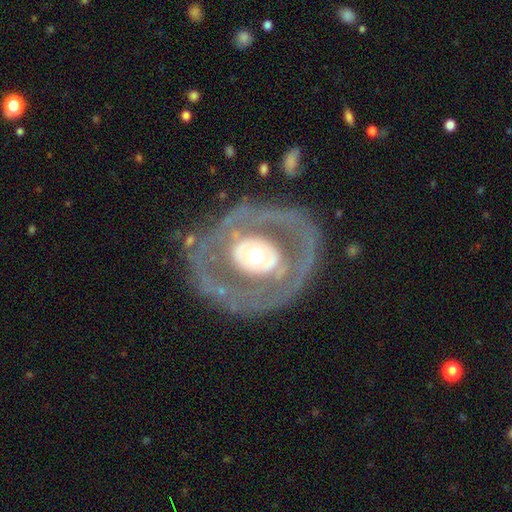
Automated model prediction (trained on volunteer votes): smooth_or_featured: featured or disk (p=0.72) [alt: smooth p=0.22]
disk_edge_on: no (p=0.95) [alt: yes p=0.05]
bar: no (p=0.75) [alt: weak p=0.16]
has_spiral_arms: no (p=0.63) [alt: yes p=0.37]
bulge_size: moderate (p=0.58) [alt: large p=0.28]
merging: none (p=0.72) [alt: minor disturbance p=0.13]